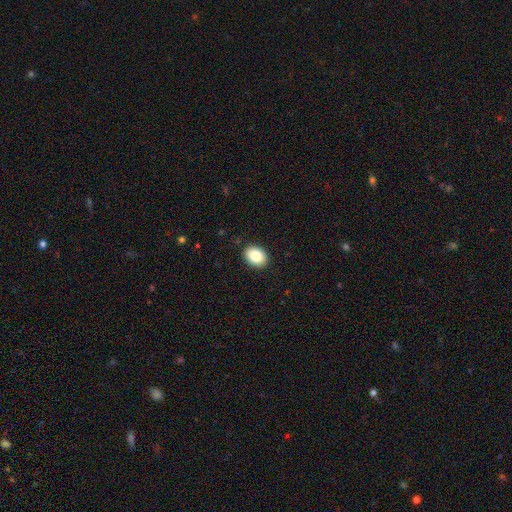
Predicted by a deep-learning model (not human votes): This is clearly a smooth galaxy (84%). How rounded: likely in between (67%). Merging: clearly none (90%).